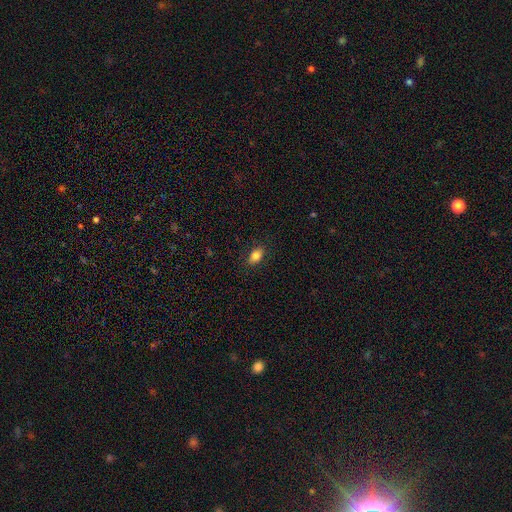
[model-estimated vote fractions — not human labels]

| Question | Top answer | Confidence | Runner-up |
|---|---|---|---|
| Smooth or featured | smooth | 84% | star or artifact (9%) |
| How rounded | in between | 85% | round (12%) |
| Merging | none | 86% | minor disturbance (10%) |